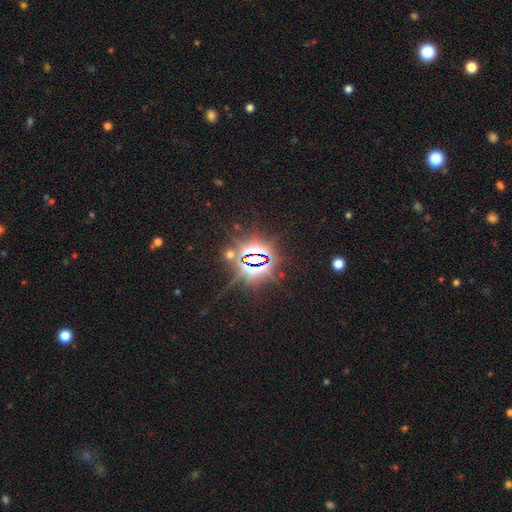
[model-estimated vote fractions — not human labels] Smooth or featured?
  - star or artifact: 84% *
  - smooth: 8%
  - featured or disk: 8%